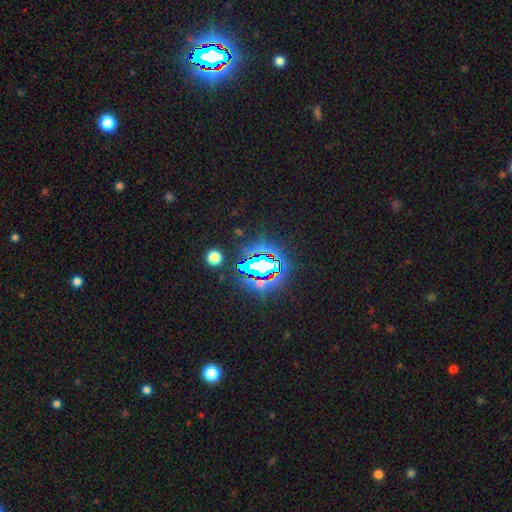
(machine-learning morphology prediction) The model was most divided on "smooth or featured": star or artifact: 81%, smooth: 11%, featured or disk: 8%.